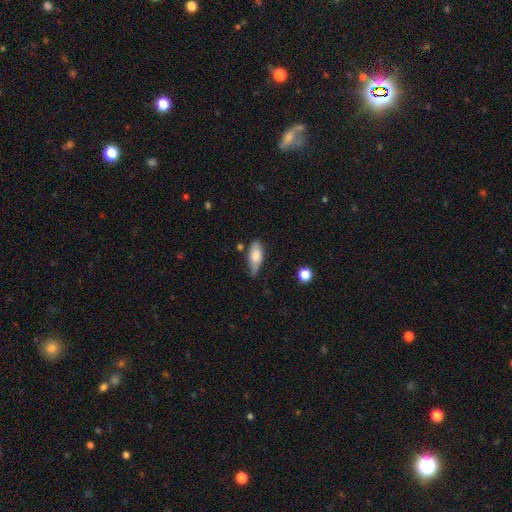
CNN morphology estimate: Smooth or featured: smooth — 75% (featured or disk — 19%)
How rounded: in between — 77% (cigar-shaped — 20%)
Merging: none — 53% (minor disturbance — 36%)